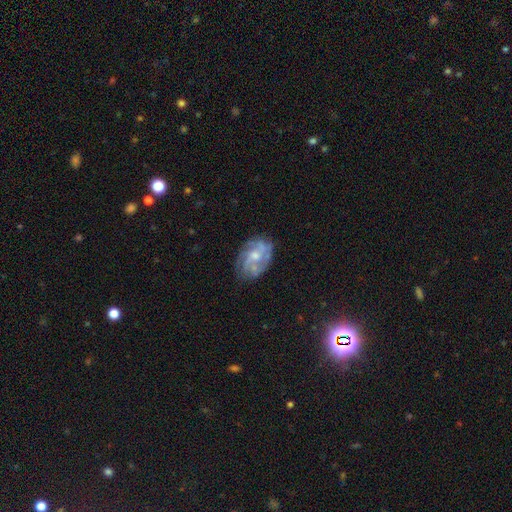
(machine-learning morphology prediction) A featured or disk galaxy (81%) with no bar (66%), tight (43%) spiral arms (91%) and a moderate central bulge (49%).

Vote fractions:
- Smooth or featured? featured or disk: 81% / smooth: 13% / star or artifact: 6%
- Edge-on disk? no: 97% / yes: 3%
- Bar? no: 66% / weak: 29% / strong: 5%
- Spiral arms? yes: 91% / no: 9%
- Spiral winding? tight: 43% / medium: 42% / loose: 15%
- Spiral arm count? can't tell: 28% / 3: 27% / 2: 18% / 4: 16% / more than 4: 6% / 1: 5%
- Bulge size? moderate: 49% / small: 44% / none: 4% / large: 2% / dominant: 1%
- Merging? none: 72% / minor disturbance: 19% / major disturbance: 8% / merger: 2%